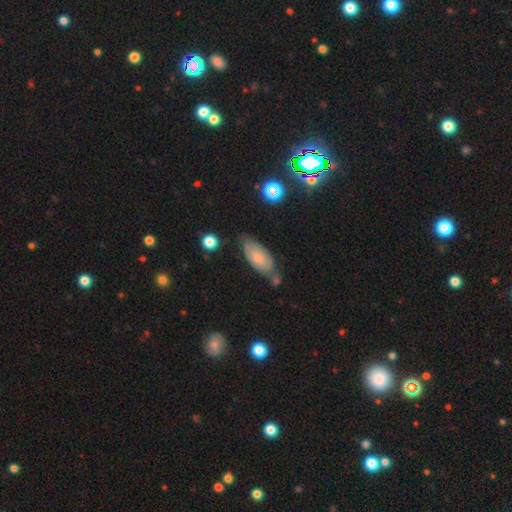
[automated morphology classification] A smooth galaxy with no disk features (54%) that is in between round and cigar-shaped (84%). Merging: none (63%).